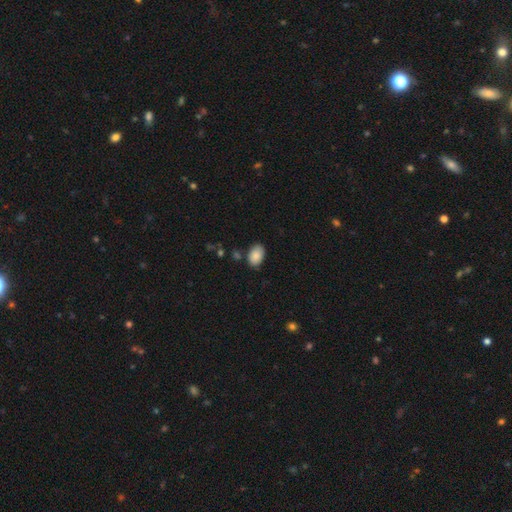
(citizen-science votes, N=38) Smooth or featured: smooth — 89% (featured or disk — 5%)
How rounded: in between — 85% (round — 12%)
Merging: none — 69% (minor disturbance — 17%)